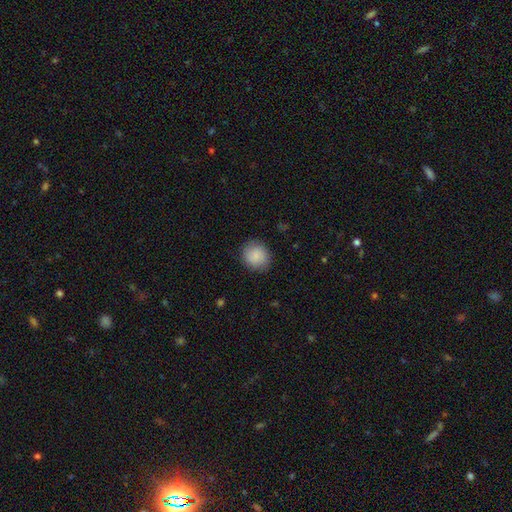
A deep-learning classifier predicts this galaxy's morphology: The model was most divided on "how rounded": round: 84%, in between: 15%, cigar-shaped: 1%. More confident: smooth or featured — smooth (87%); merging — none (85%).